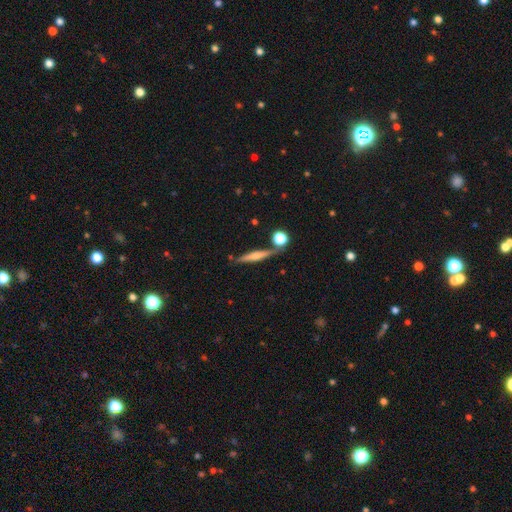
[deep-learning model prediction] Overall: featured or disk (52%; smooth 40%). Edge-on disk: yes (95%). Merging: none (75%).